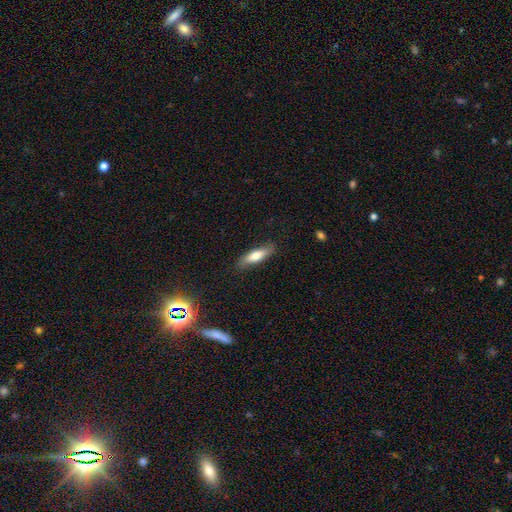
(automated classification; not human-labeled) Smooth or featured?
  - smooth: 71% *
  - featured or disk: 22%
  - star or artifact: 6%
How rounded?
  - cigar-shaped: 62% *
  - in between: 36%
  - round: 2%
Merging?
  - none: 83% *
  - minor disturbance: 13%
  - major disturbance: 3%
  - merger: 1%